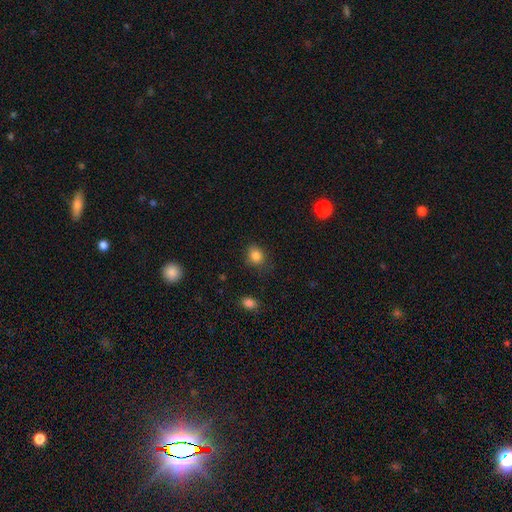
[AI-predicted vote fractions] Overall: smooth (84%). How rounded: round (64%; in between 35%). Merging: none (77%).